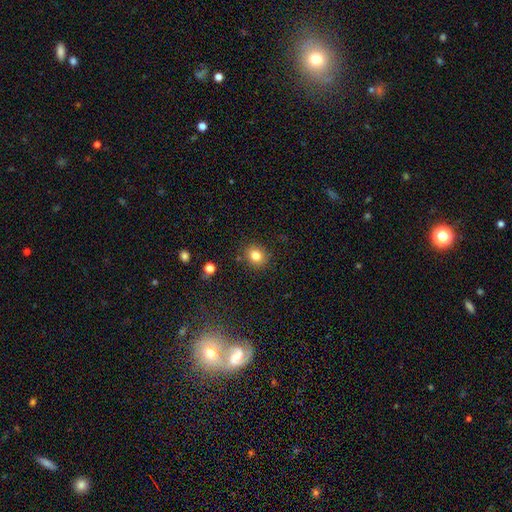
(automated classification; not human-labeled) Smooth or featured? smooth (81%)
How rounded? round (71%)
Merging? none (86%)